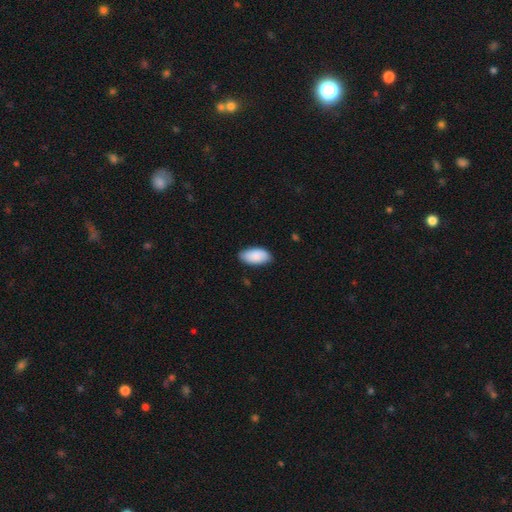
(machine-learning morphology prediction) Q: Smooth or featured?
A: smooth (88%); runner-up: featured or disk (6%)
Q: How rounded?
A: in between (95%); runner-up: cigar-shaped (2%)
Q: Merging?
A: none (81%); runner-up: minor disturbance (16%)